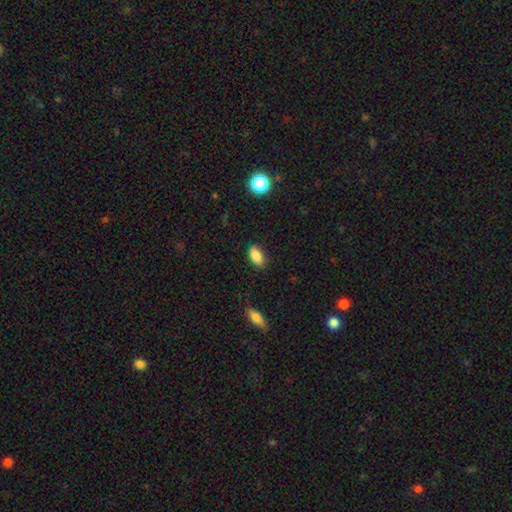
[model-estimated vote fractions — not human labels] This appears to be a smooth galaxy with no disk features (84%) that is in between round and cigar-shaped (89%). Merging: none (82%).